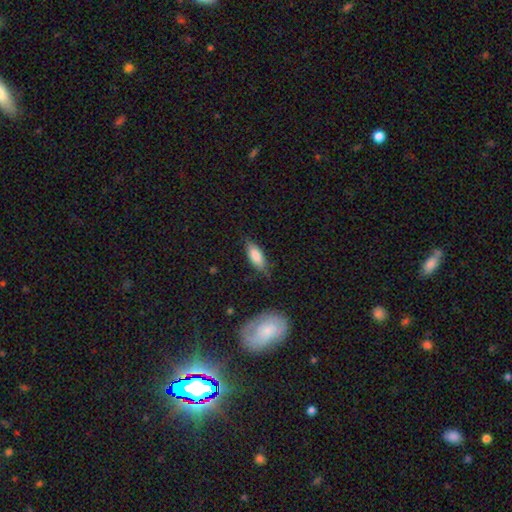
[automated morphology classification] smooth_or_featured: smooth (p=0.76) [alt: featured or disk p=0.17]
how_rounded: in between (p=0.73) [alt: cigar-shaped p=0.25]
merging: none (p=0.69) [alt: minor disturbance p=0.23]